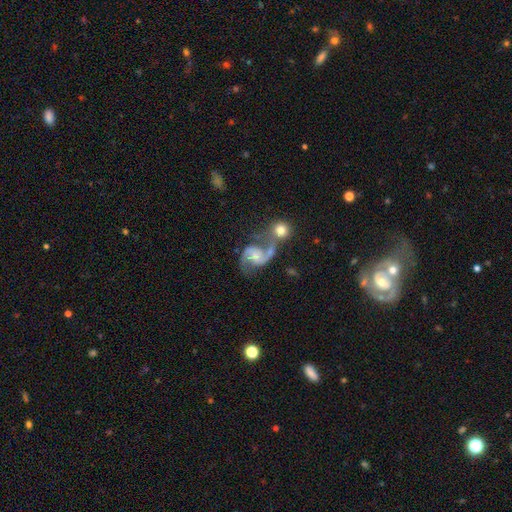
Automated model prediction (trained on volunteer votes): Q: Smooth or featured?
A: featured or disk (87%); runner-up: smooth (7%)
Q: Edge-on disk?
A: no (98%); runner-up: yes (2%)
Q: Bar?
A: no (58%); runner-up: weak (34%)
Q: Spiral arms?
A: yes (97%); runner-up: no (3%)
Q: Spiral winding?
A: medium (49%); runner-up: loose (41%)
Q: Spiral arm count?
A: 2 (92%); runner-up: can't tell (2%)
Q: Bulge size?
A: small (47%); runner-up: moderate (45%)
Q: Merging?
A: none (38%); runner-up: merger (34%)